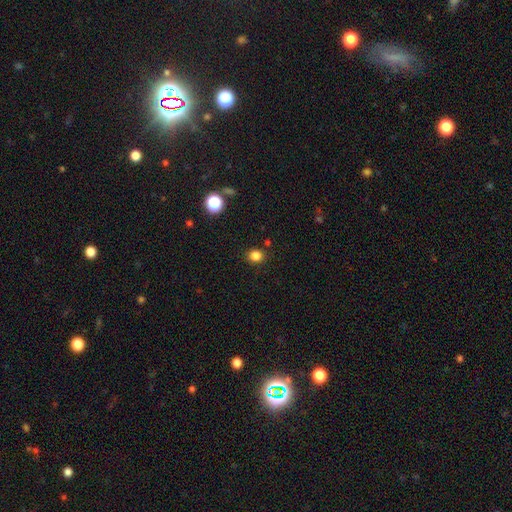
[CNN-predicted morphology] Smooth or featured? Predicted: smooth (p=0.83). How rounded? Predicted: round (p=0.73). Merging? Predicted: none (p=0.88).